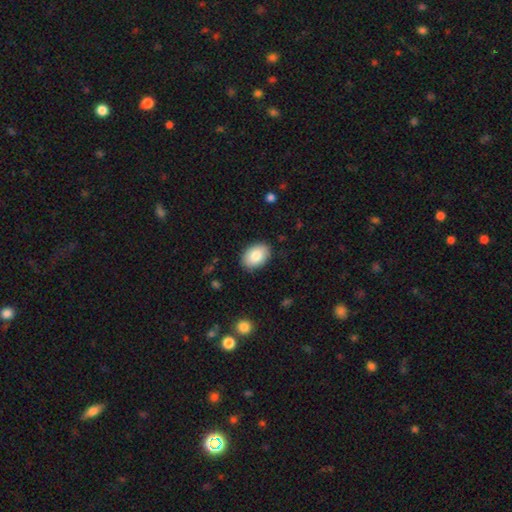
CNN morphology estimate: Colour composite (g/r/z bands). It shows a smooth galaxy with no disk features (83%) that is in between round and cigar-shaped (86%). Merging: none (87%).